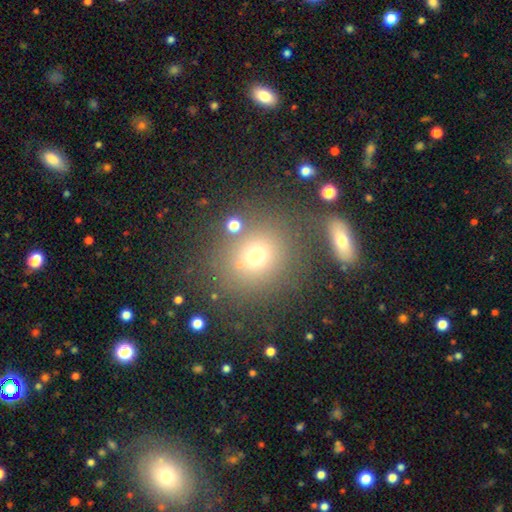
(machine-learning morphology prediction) A smooth galaxy with no disk features (69%) that is round (82%). Merging: none (71%).